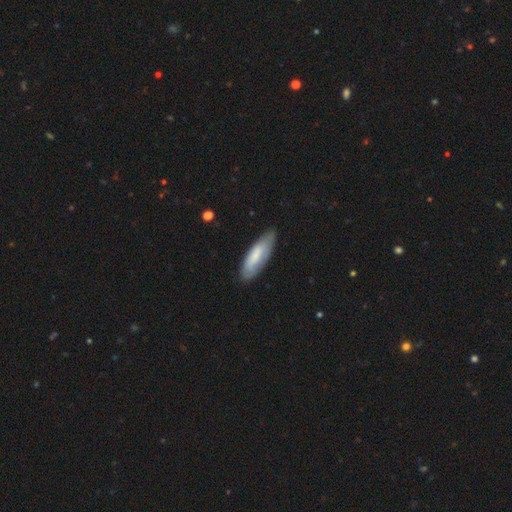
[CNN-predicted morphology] Q: Smooth or featured?
A: smooth (74%); runner-up: featured or disk (20%)
Q: How rounded?
A: in between (53%); runner-up: cigar-shaped (46%)
Q: Merging?
A: none (76%); runner-up: minor disturbance (18%)